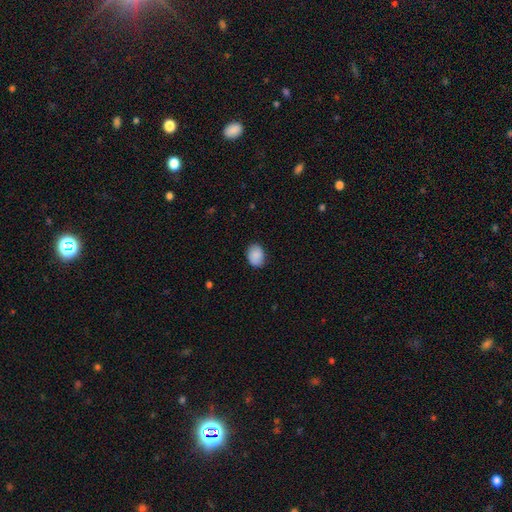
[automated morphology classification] Overall: smooth (87%). How rounded: in between (67%; round 32%). Merging: none (82%).